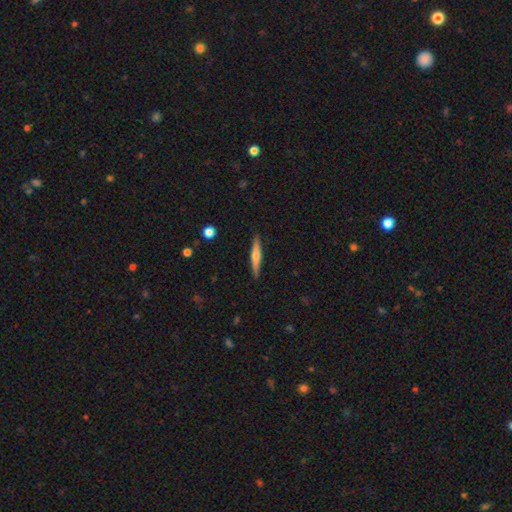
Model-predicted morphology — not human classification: Smooth or featured? smooth (49%)
Merging? none (90%)